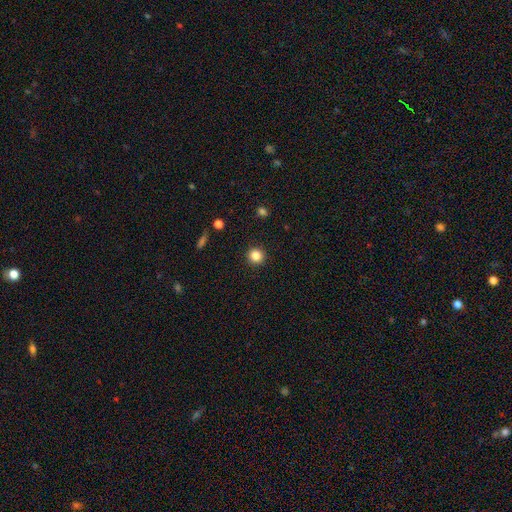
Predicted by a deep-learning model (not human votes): Smooth or featured?
  - smooth: 84% *
  - star or artifact: 11%
  - featured or disk: 5%
How rounded?
  - round: 95% *
  - in between: 4%
  - cigar-shaped: 1%
Merging?
  - none: 92% *
  - minor disturbance: 5%
  - major disturbance: 2%
  - merger: 1%